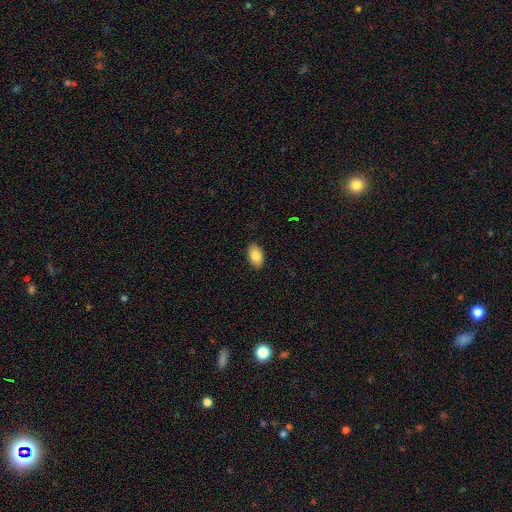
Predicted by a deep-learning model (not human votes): smooth_or_featured: smooth (p=0.84) [alt: featured or disk p=0.09]
how_rounded: in between (p=0.92) [alt: round p=0.07]
merging: none (p=0.89) [alt: minor disturbance p=0.08]